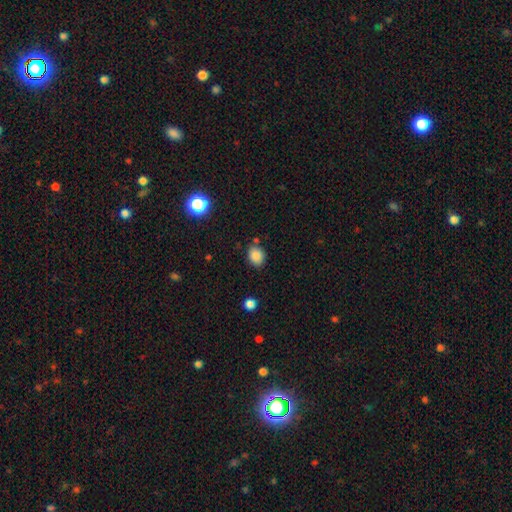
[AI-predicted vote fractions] Smooth or featured? Predicted: smooth (p=0.85). How rounded? Predicted: round (p=0.52). Merging? Predicted: none (p=0.78).